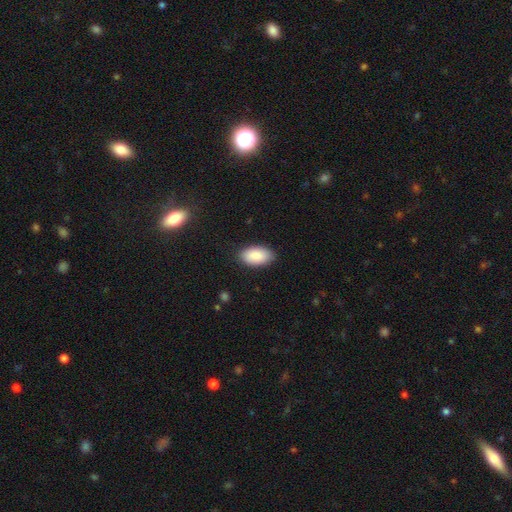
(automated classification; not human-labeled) Smooth or featured? Predicted: smooth (p=0.88). How rounded? Predicted: in between (p=0.95). Merging? Predicted: none (p=0.87).